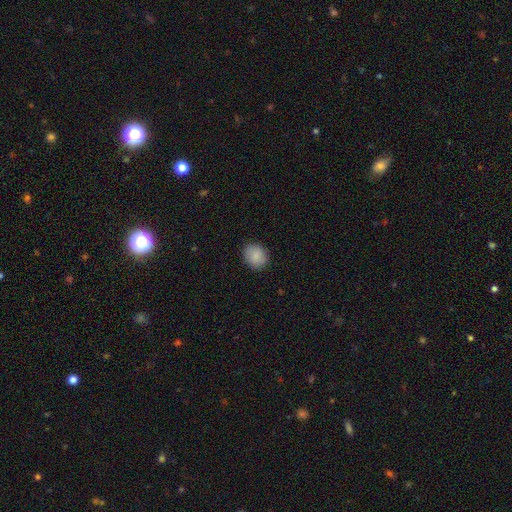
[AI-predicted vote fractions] Smooth or featured: smooth — 87% (star or artifact — 8%)
How rounded: round — 62% (in between — 37%)
Merging: none — 89% (minor disturbance — 8%)